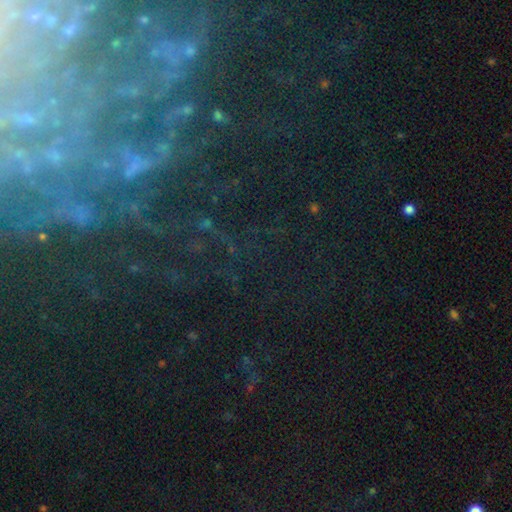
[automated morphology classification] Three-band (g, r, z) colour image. It shows a star or artifact, not a galaxy (45%).